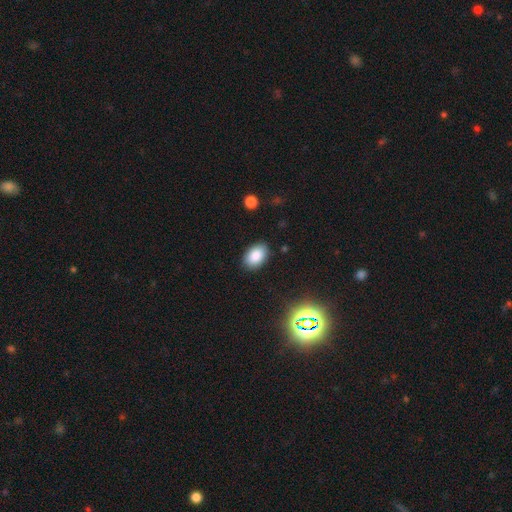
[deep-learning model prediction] This appears to be a smooth galaxy with no disk features (84%) that is in between round and cigar-shaped (89%). Merging: none (87%).